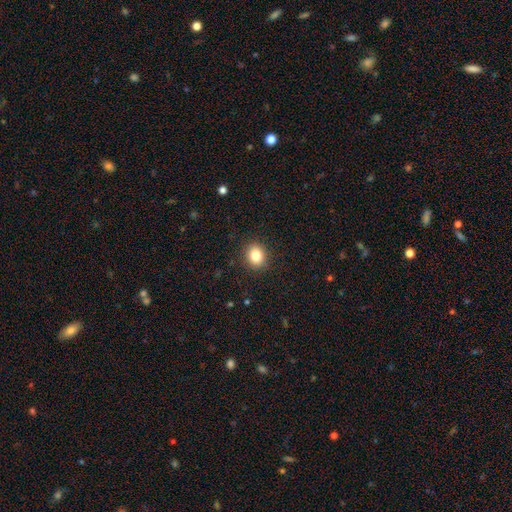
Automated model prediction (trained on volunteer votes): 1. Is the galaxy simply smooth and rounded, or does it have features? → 83% smooth, 11% star or artifact, 6% featured or disk.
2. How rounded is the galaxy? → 66% round, 34% in between, 1% cigar-shaped.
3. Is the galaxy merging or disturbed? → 90% none, 7% minor disturbance, 2% major disturbance, 1% merger.